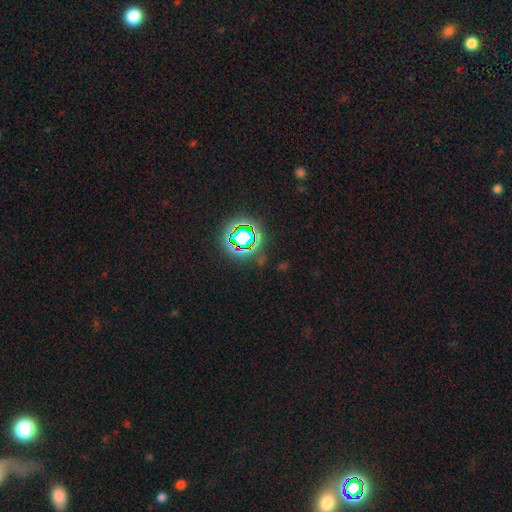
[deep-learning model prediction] This appears to be a star or artifact, not a galaxy (78%).